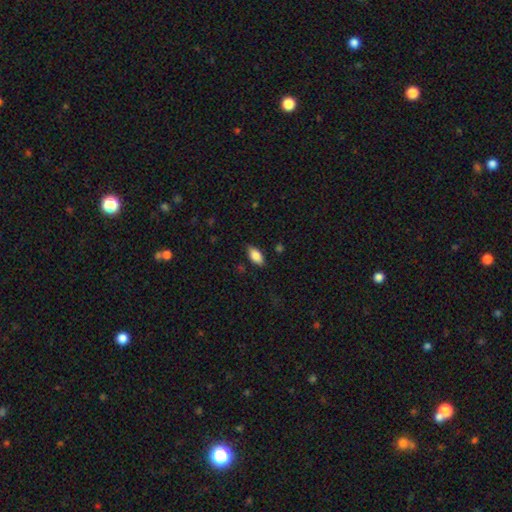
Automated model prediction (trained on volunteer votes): This is clearly a smooth galaxy (82%). How rounded: clearly in between (89%). Merging: clearly none (83%).